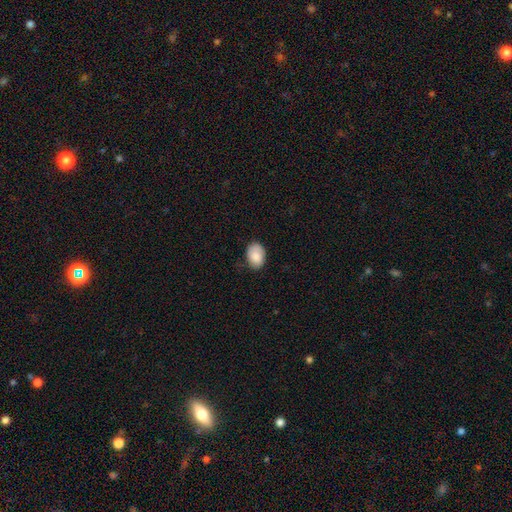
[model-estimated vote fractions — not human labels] Morphology: type=smooth (85%); roundness=in between (82%); merging=none (72%).